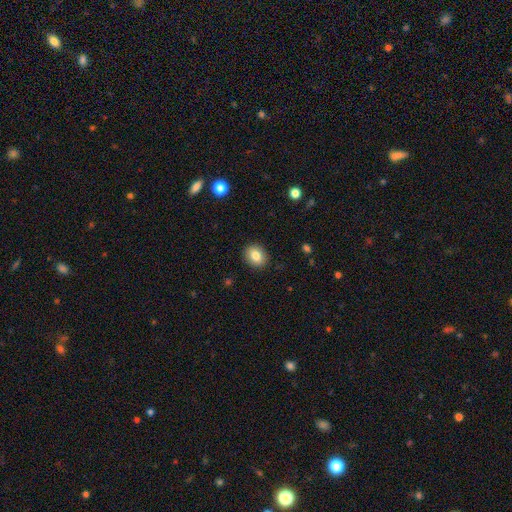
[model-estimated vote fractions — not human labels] This appears to be a smooth galaxy with no disk features (83%) that is round (57%). Merging: none (90%).